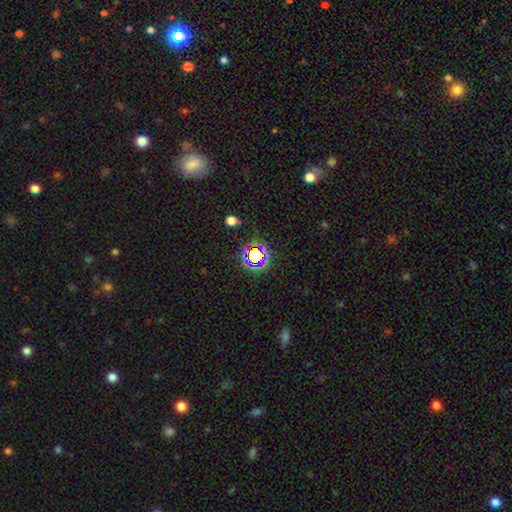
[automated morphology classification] Smooth or featured?
  - star or artifact: 63% *
  - smooth: 25%
  - featured or disk: 11%